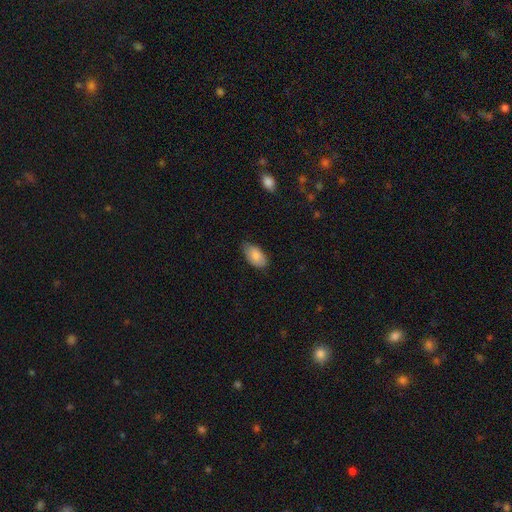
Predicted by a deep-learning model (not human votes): smooth-or-featured: smooth: 83% | featured or disk: 11% | star or artifact: 6%
  how-rounded: in between: 94% | round: 4% | cigar-shaped: 2%
  merging: none: 70% | minor disturbance: 25% | major disturbance: 4% | merger: 1%